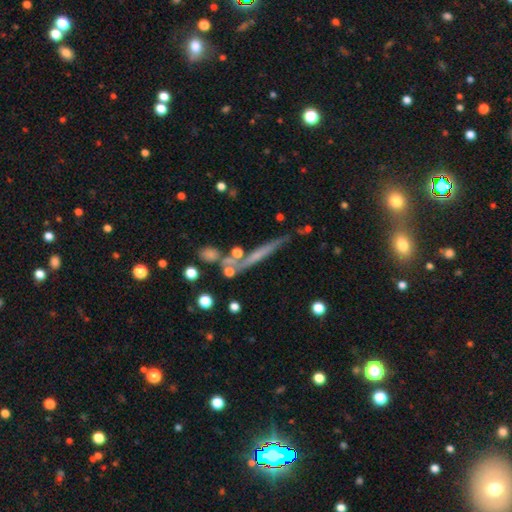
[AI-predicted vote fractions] This is possibly a featured or disk galaxy (52%). It is clearly viewed edge-on (91%). Merging: likely none (74%).